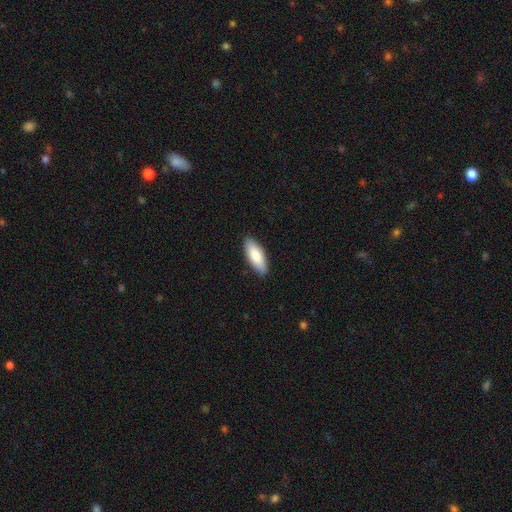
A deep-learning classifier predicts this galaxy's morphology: smooth 82%, featured or disk 13%, star or artifact 5%. Down the decision tree: how rounded — in between (73%); merging — none (89%).